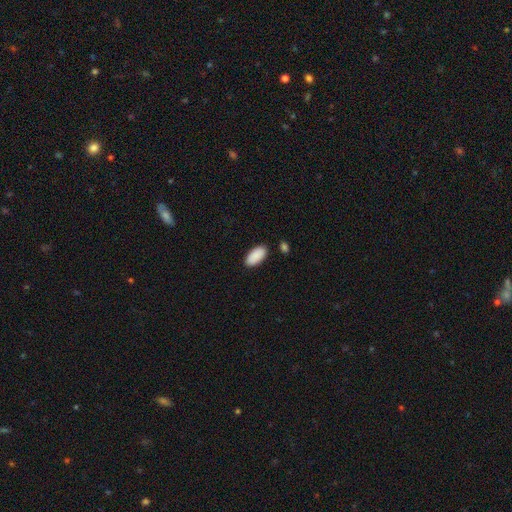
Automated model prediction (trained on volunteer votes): This appears to be a smooth galaxy with no disk features (90%) that is in between round and cigar-shaped (94%). Merging: none (86%).